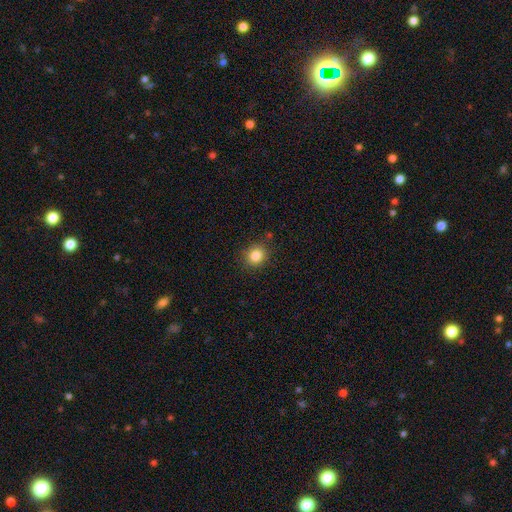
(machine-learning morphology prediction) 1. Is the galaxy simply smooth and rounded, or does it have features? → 84% smooth, 11% star or artifact, 5% featured or disk.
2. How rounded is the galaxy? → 77% round, 23% in between, 1% cigar-shaped.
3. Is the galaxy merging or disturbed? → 87% none, 9% minor disturbance, 3% major disturbance, 2% merger.